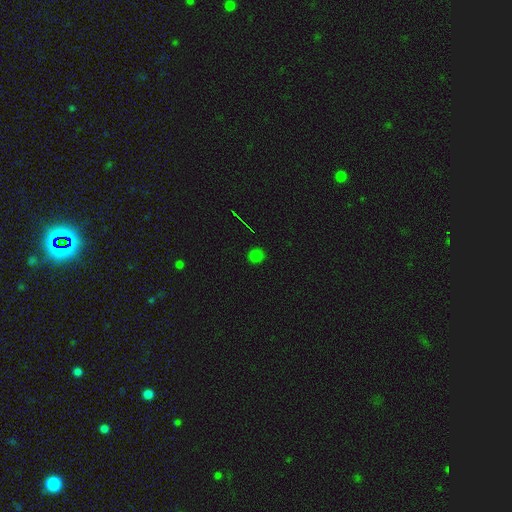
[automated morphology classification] The model was most divided on "smooth or featured": smooth: 74%, star or artifact: 22%, featured or disk: 4%. More confident: merging — none (89%); how rounded — round (84%).